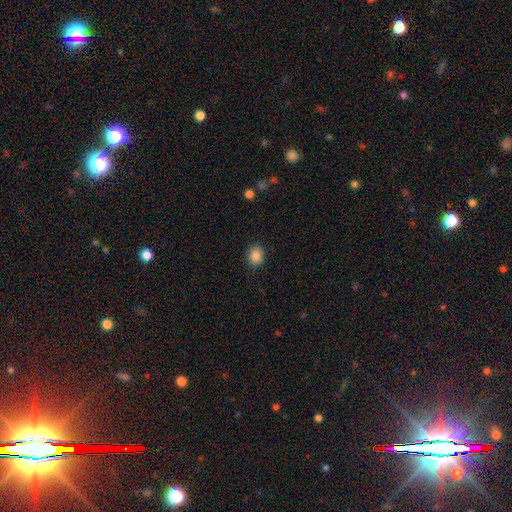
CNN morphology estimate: type=smooth (87%); roundness=round (50%); merging=none (87%).